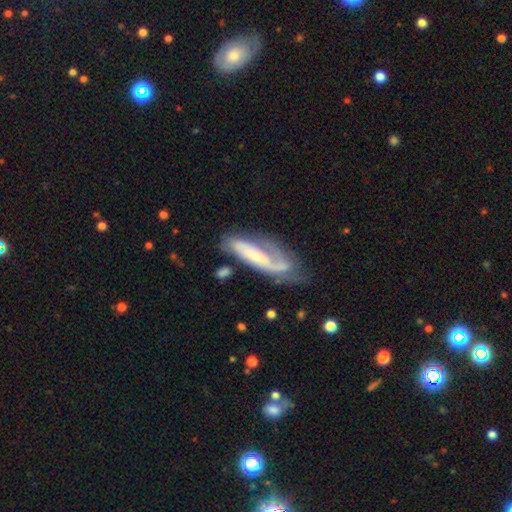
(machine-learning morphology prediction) This is likely a featured or disk galaxy (67%). It is clearly not viewed edge-on (84%). Bar: marginally no (41%). Spiral arm pattern: clearly yes (83%). Central bulge: possibly small (55%). Merging: marginally none (41%).